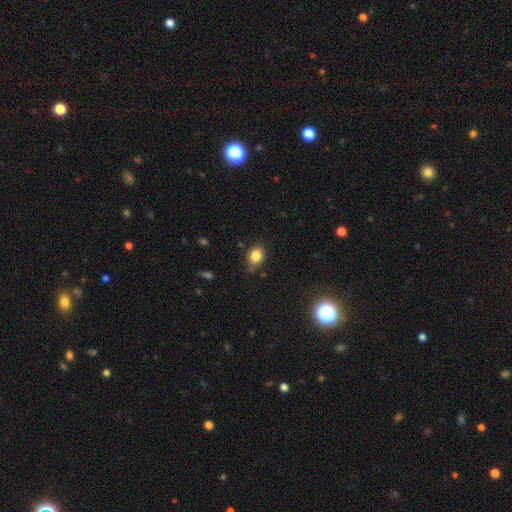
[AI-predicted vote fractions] Overall: smooth (84%). How rounded: in between (66%; round 32%). Merging: none (76%).